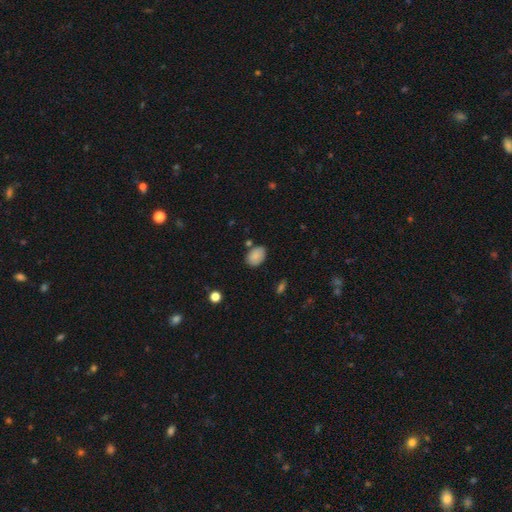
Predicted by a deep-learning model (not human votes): Overall: smooth (86%). How rounded: in between (84%). Merging: none (74%).